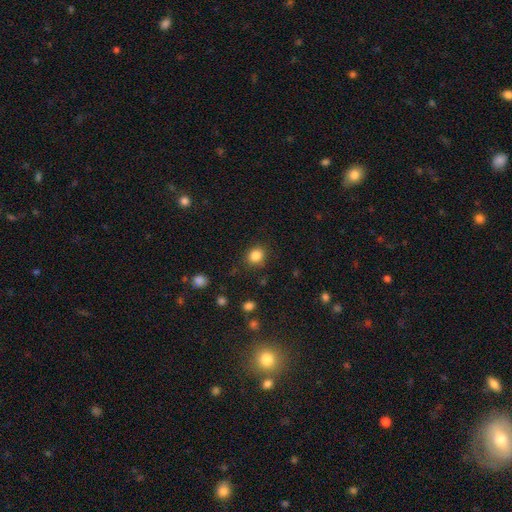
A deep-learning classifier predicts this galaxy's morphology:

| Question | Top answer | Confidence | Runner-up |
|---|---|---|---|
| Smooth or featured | smooth | 84% | star or artifact (11%) |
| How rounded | round | 76% | in between (23%) |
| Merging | none | 86% | minor disturbance (10%) |